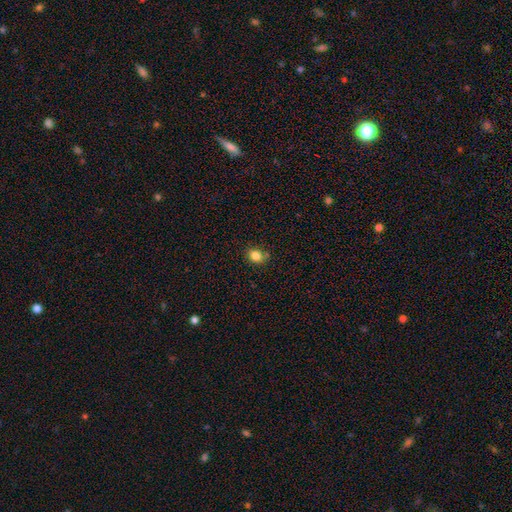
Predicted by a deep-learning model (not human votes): A smooth galaxy with no disk features (83%) that is round (57%).

Vote fractions:
- Smooth or featured? smooth: 83% / star or artifact: 11% / featured or disk: 6%
- How rounded? round: 57% / in between: 42% / cigar-shaped: 1%
- Merging? none: 75% / minor disturbance: 16% / merger: 6% / major disturbance: 3%